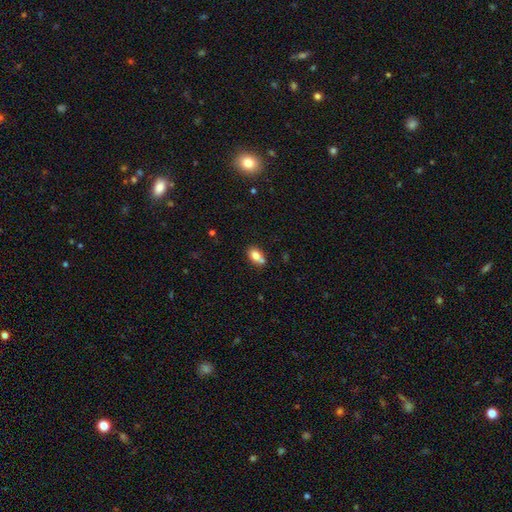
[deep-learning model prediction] Overall: smooth (78%). How rounded: in between (77%). Merging: none (51%; merger 30%).